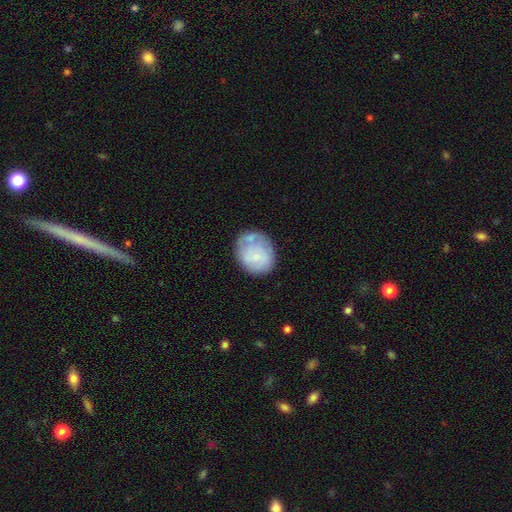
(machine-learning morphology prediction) Smooth or featured? Predicted: smooth (p=0.60). How rounded? Predicted: round (p=0.67). Merging? Predicted: none (p=0.54).